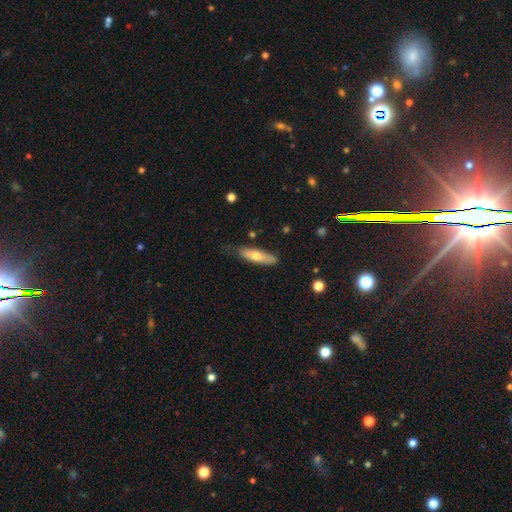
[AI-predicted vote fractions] Morphology: type=smooth (64%); roundness=cigar-shaped (65%); merging=none (69%).